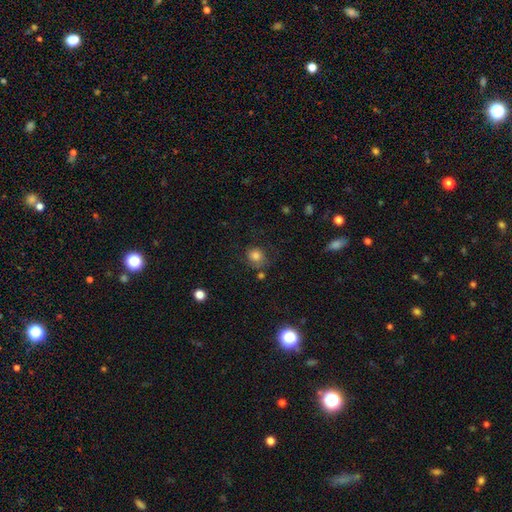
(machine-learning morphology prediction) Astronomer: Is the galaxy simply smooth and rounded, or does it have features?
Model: smooth — 70%.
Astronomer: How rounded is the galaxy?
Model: round — 78%.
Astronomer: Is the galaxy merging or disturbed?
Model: none — 62%.